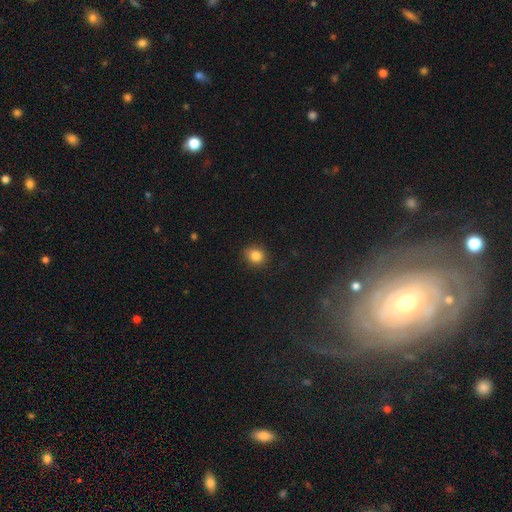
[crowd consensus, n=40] This is clearly a smooth galaxy (90%). How rounded: clearly round (89%). Merging: likely none (78%).